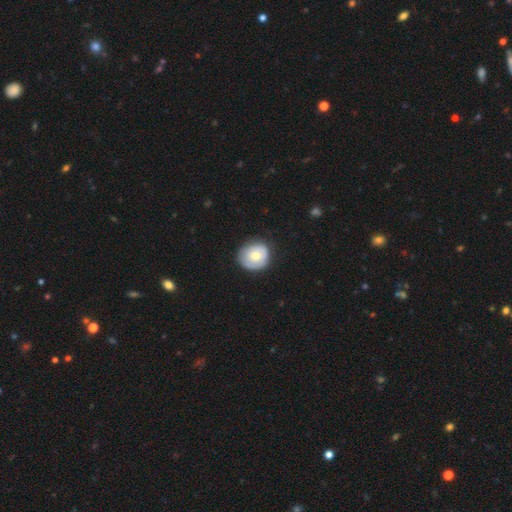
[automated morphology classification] A smooth galaxy with no disk features (60%) that is round (78%).

Vote fractions:
- Smooth or featured? smooth: 60% / featured or disk: 34% / star or artifact: 6%
- How rounded? round: 78% / in between: 21% / cigar-shaped: 1%
- Merging? none: 75% / minor disturbance: 19% / major disturbance: 5% / merger: 1%